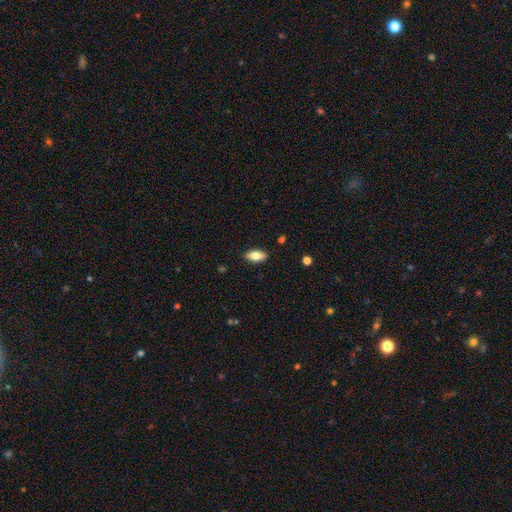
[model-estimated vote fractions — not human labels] smooth_or_featured: smooth (p=0.76) [alt: featured or disk p=0.17]
how_rounded: in between (p=0.88) [alt: cigar-shaped p=0.09]
merging: none (p=0.89) [alt: minor disturbance p=0.08]